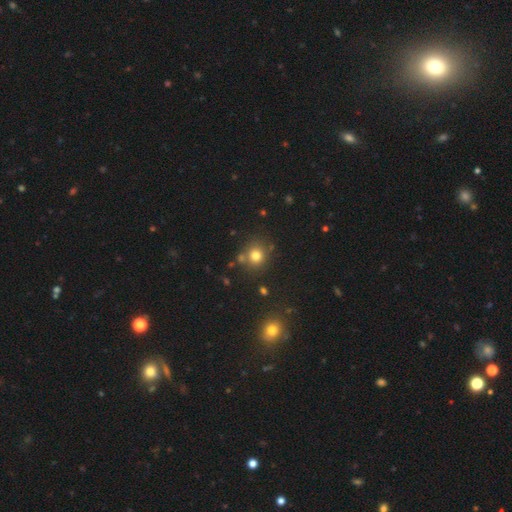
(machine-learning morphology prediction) Overall: smooth (76%). How rounded: round (88%). Merging: none (77%).